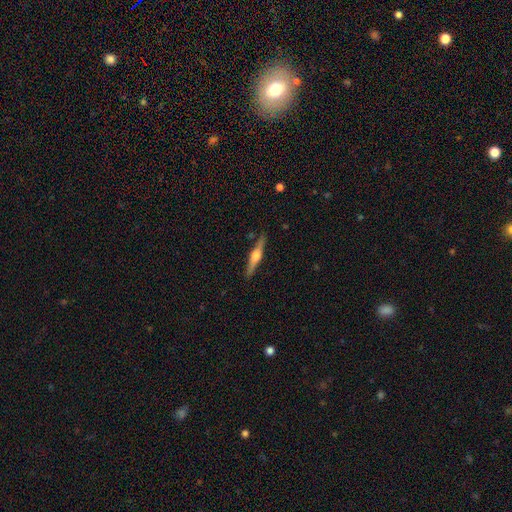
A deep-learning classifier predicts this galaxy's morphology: featured or disk 73%, smooth 22%, star or artifact 6%. Down the decision tree: edge-on disk — yes (98%); edge-on bulge — rounded (90%); merging — none (89%).